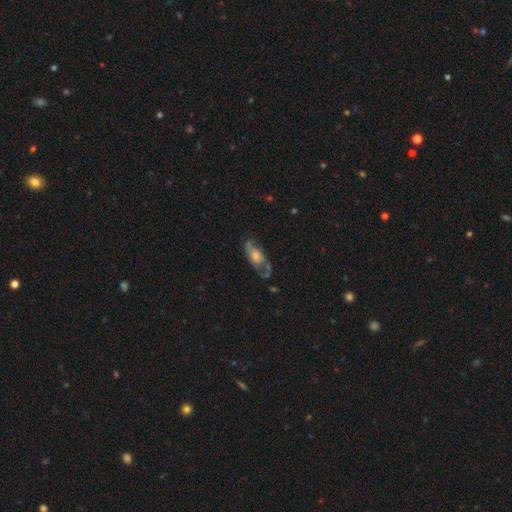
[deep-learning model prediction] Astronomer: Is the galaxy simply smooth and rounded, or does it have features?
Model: featured or disk — 55% (runner-up: smooth, 38%).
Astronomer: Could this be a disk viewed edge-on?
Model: no — 85%.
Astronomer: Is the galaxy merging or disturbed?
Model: none — 45% (runner-up: minor disturbance, 25%).